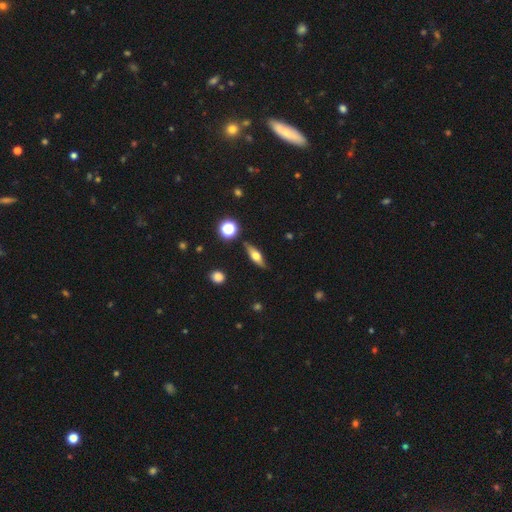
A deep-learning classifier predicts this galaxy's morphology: Overall: featured or disk (48%; smooth 43%). Merging: none (83%).